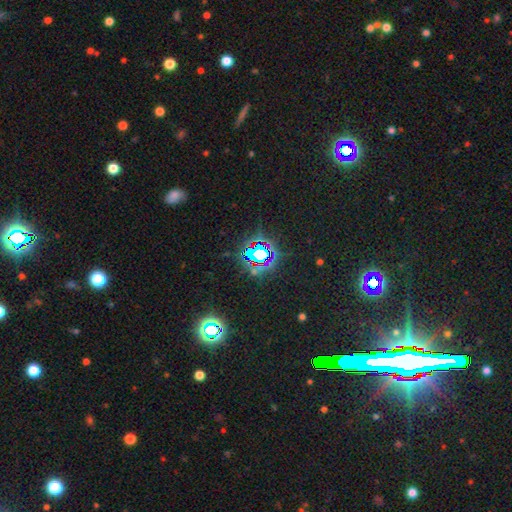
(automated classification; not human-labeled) Smooth or featured: star or artifact — 77% (smooth — 13%)